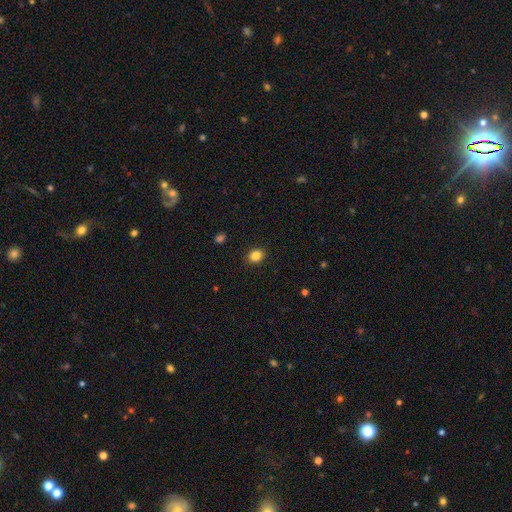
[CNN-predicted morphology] smooth_or_featured: smooth (p=0.85) [alt: star or artifact p=0.11]
how_rounded: round (p=0.64) [alt: in between p=0.35]
merging: none (p=0.90) [alt: minor disturbance p=0.07]